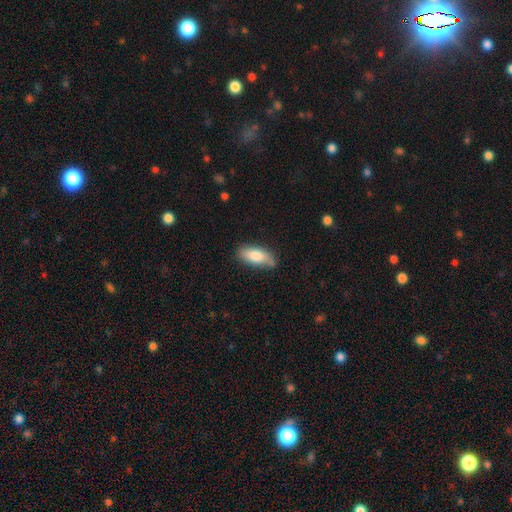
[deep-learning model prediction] Smooth or featured? Predicted: smooth (p=0.80). How rounded? Predicted: in between (p=0.82). Merging? Predicted: none (p=0.71).